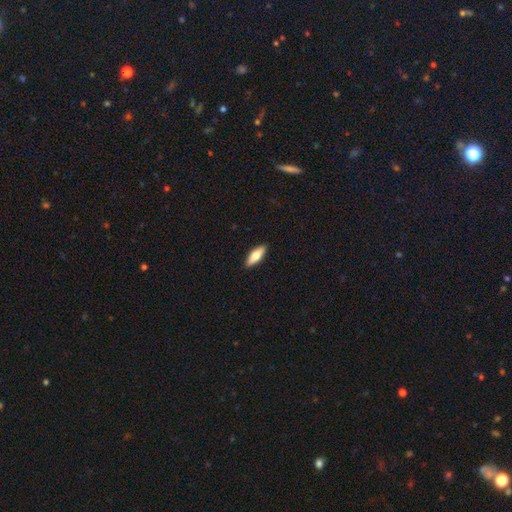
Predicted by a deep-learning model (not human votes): A smooth galaxy with no disk features (67%) that is in between round and cigar-shaped (59%).

Vote fractions:
- Smooth or featured? smooth: 67% / featured or disk: 27% / star or artifact: 6%
- How rounded? in between: 59% / cigar-shaped: 39% / round: 2%
- Merging? none: 91% / minor disturbance: 7% / major disturbance: 1% / merger: 1%